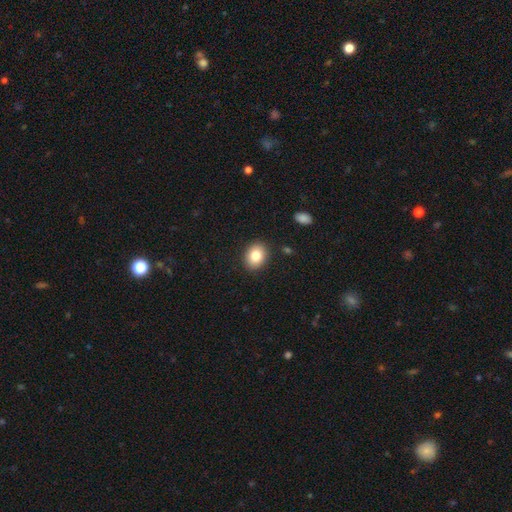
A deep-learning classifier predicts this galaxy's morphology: A smooth galaxy with no disk features (83%) that is in between round and cigar-shaped (57%). Merging: none (89%).